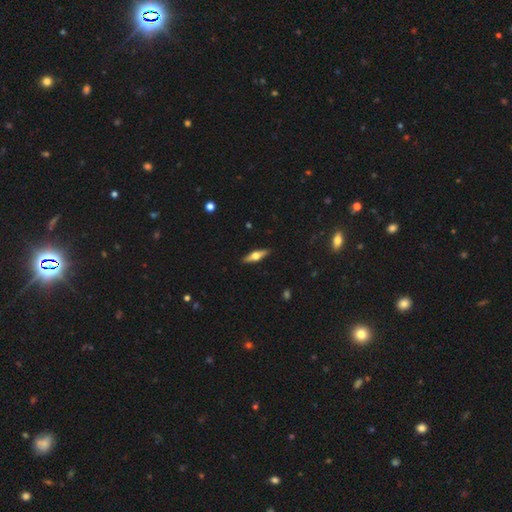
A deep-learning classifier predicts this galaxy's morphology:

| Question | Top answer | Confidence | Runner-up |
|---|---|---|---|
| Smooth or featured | featured or disk | 63% | smooth (31%) |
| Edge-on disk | yes | 95% | no (5%) |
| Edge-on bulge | rounded | 95% | boxy (3%) |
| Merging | none | 90% | minor disturbance (7%) |